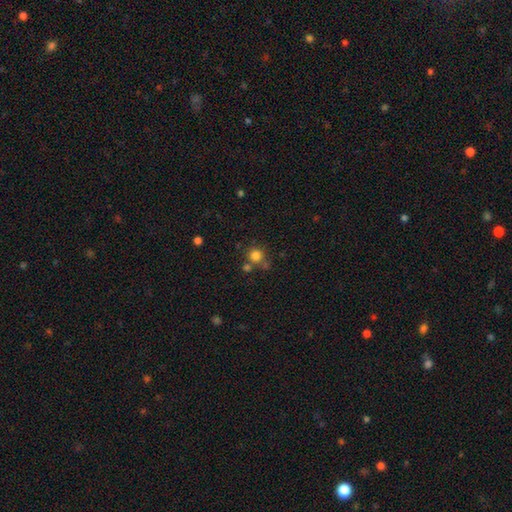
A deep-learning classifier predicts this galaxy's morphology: Smooth or featured?
  - smooth: 80% *
  - star or artifact: 13%
  - featured or disk: 7%
How rounded?
  - round: 91% *
  - in between: 8%
  - cigar-shaped: 1%
Merging?
  - none: 66% *
  - merger: 18%
  - minor disturbance: 11%
  - major disturbance: 5%